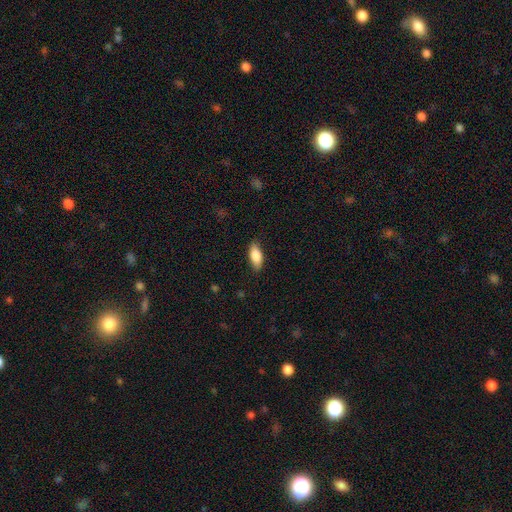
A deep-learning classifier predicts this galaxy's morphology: A smooth galaxy with no disk features (84%) that is in between round and cigar-shaped (83%).

Vote fractions:
- Smooth or featured? smooth: 84% / featured or disk: 10% / star or artifact: 6%
- How rounded? in between: 83% / cigar-shaped: 15% / round: 2%
- Merging? none: 85% / minor disturbance: 11% / major disturbance: 2% / merger: 1%